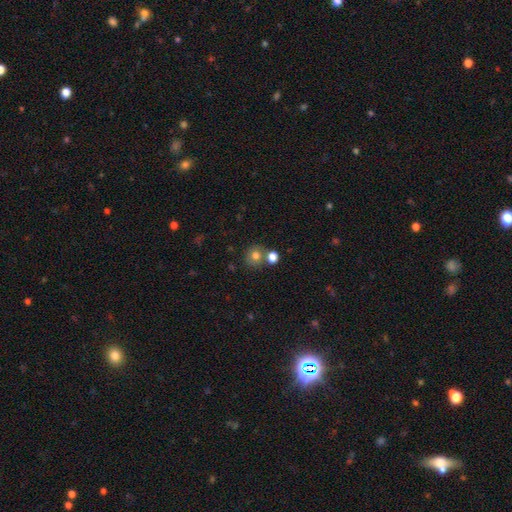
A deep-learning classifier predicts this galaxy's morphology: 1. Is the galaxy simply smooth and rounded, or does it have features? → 78% smooth, 13% star or artifact, 9% featured or disk.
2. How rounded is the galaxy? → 84% round, 15% in between, 1% cigar-shaped.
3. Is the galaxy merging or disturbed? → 67% none, 20% merger, 10% minor disturbance, 3% major disturbance.